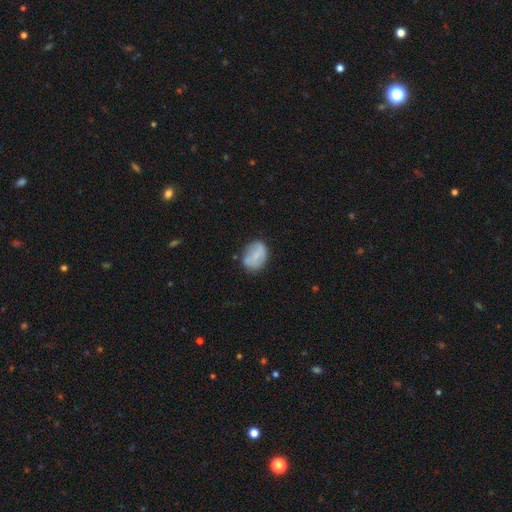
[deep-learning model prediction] smooth-or-featured: smooth: 71% | featured or disk: 21% | star or artifact: 7%
  how-rounded: in between: 68% | round: 31% | cigar-shaped: 1%
  merging: none: 65% | minor disturbance: 25% | major disturbance: 7% | merger: 4%